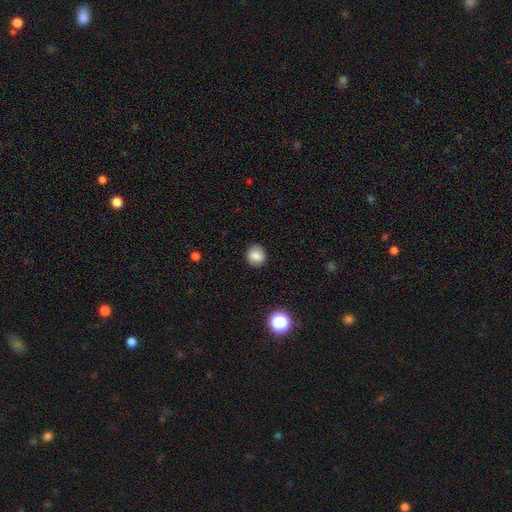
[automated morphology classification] A smooth galaxy with no disk features (81%) that is round (83%).

Vote fractions:
- Smooth or featured? smooth: 81% / star or artifact: 10% / featured or disk: 8%
- How rounded? round: 83% / in between: 16% / cigar-shaped: 1%
- Merging? none: 87% / minor disturbance: 9% / major disturbance: 3% / merger: 1%